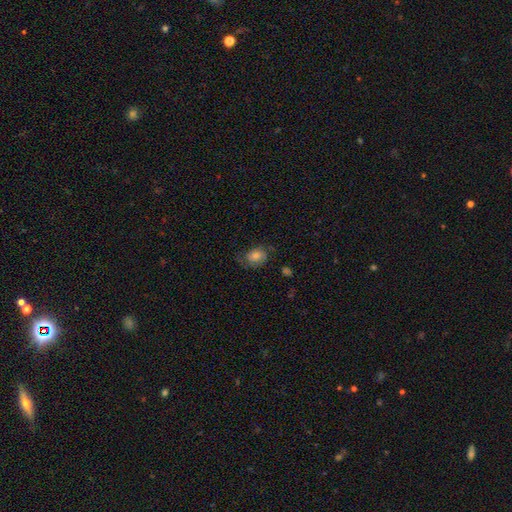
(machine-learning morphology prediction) A featured or disk galaxy (46%). Merging: none (62%).